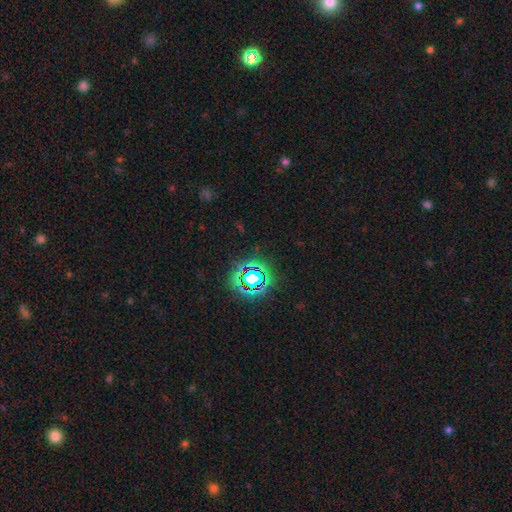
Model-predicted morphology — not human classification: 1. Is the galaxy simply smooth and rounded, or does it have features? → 76% star or artifact, 15% smooth, 9% featured or disk.